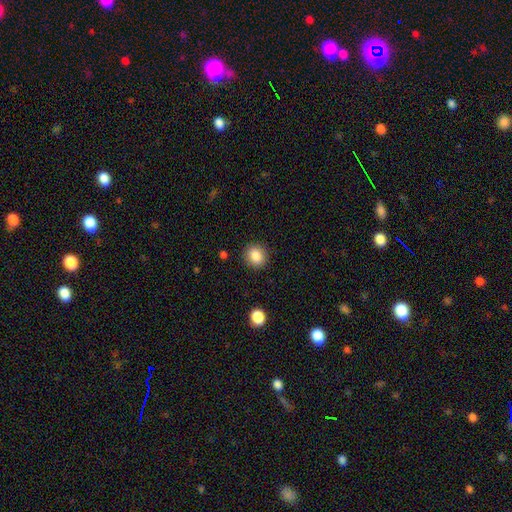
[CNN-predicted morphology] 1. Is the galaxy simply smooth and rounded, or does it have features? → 86% smooth, 9% star or artifact, 5% featured or disk.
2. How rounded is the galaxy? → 78% round, 21% in between, 1% cigar-shaped.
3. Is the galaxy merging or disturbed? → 89% none, 7% minor disturbance, 2% major disturbance, 1% merger.